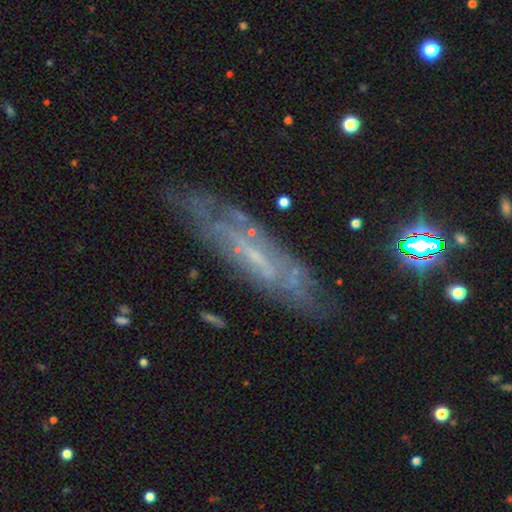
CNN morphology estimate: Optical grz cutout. It shows a featured or disk galaxy (70%). Merging: none (73%).